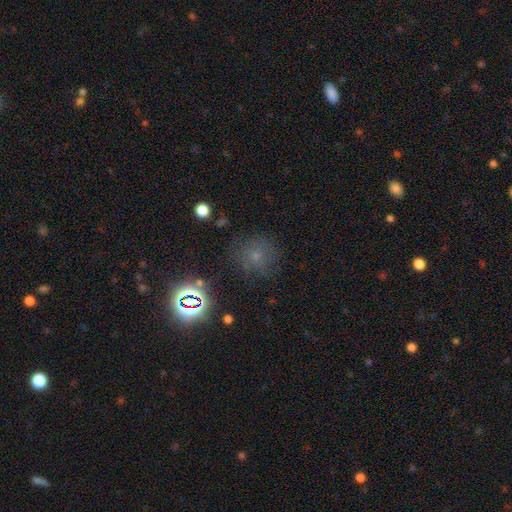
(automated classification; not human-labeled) Morphology: type=smooth (49%); merging=none (75%).